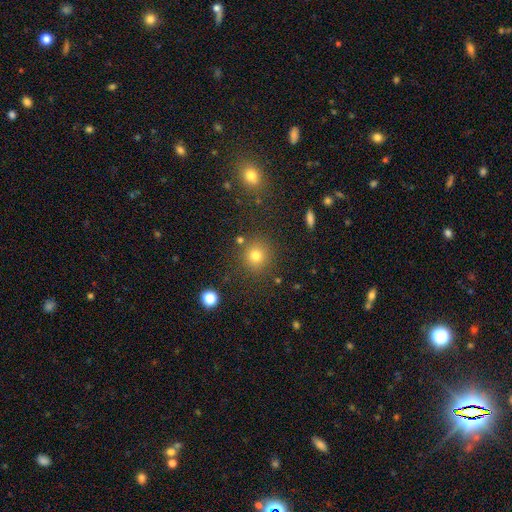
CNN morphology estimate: This is likely a smooth galaxy (77%). How rounded: clearly round (90%). Merging: clearly none (83%).